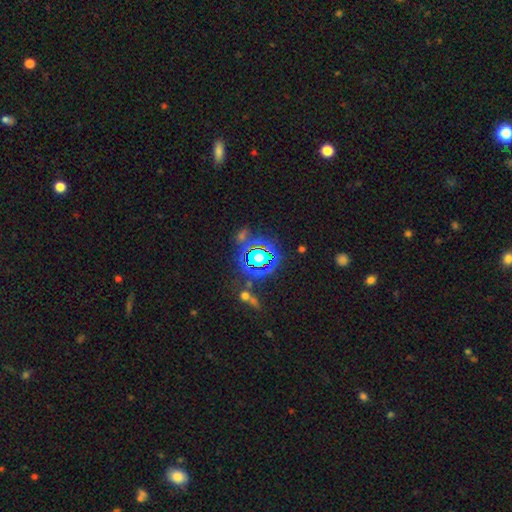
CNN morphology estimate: Smooth or featured? star or artifact (73%)